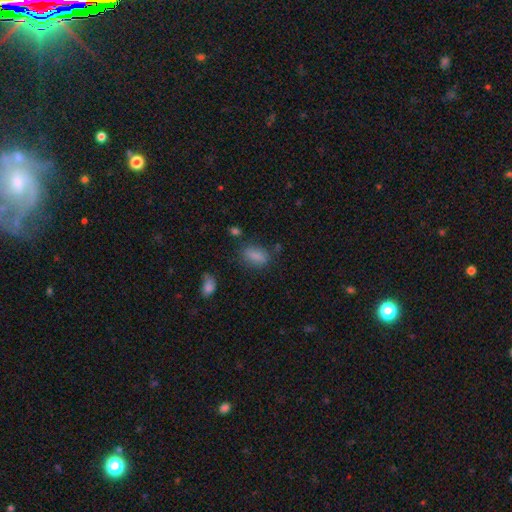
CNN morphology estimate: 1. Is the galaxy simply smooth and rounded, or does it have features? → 83% smooth, 10% star or artifact, 8% featured or disk.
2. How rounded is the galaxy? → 82% in between, 10% cigar-shaped, 8% round.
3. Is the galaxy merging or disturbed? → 70% none, 19% minor disturbance, 7% major disturbance, 4% merger.